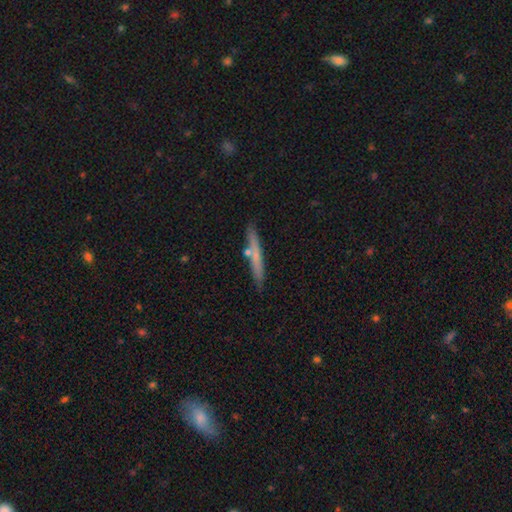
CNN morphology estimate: smooth_or_featured: smooth (p=0.57) [alt: featured or disk p=0.36]
how_rounded: cigar-shaped (p=0.95) [alt: in between p=0.04]
merging: none (p=0.83) [alt: minor disturbance p=0.10]